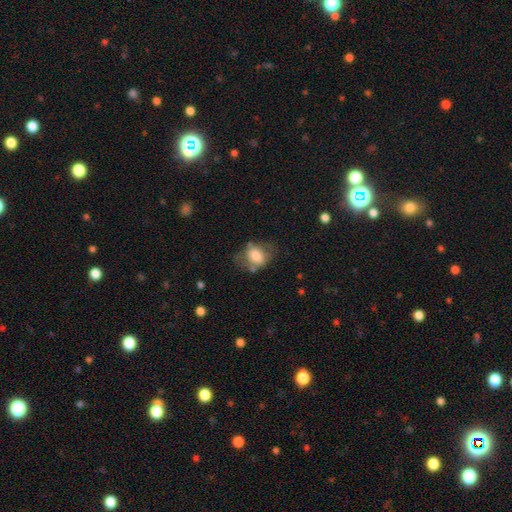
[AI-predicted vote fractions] Smooth or featured: smooth — 69% (featured or disk — 22%)
How rounded: in between — 61% (round — 38%)
Merging: none — 45% (minor disturbance — 29%)